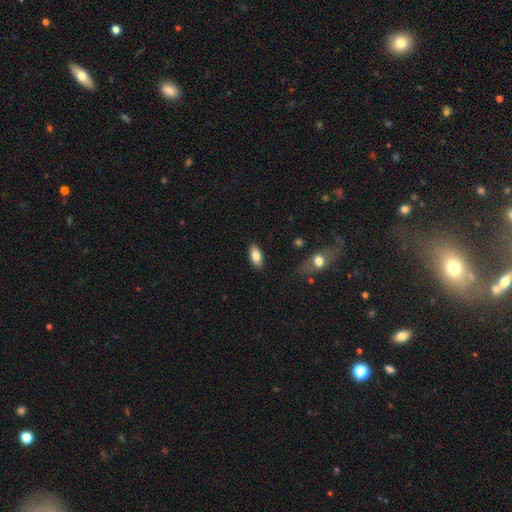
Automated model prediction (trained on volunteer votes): Overall: smooth (80%). How rounded: in between (89%). Merging: none (87%).